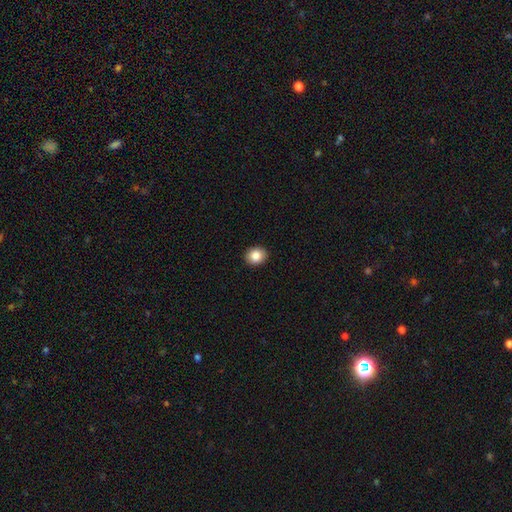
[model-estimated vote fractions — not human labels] Smooth or featured?
  - smooth: 86% *
  - star or artifact: 9%
  - featured or disk: 5%
How rounded?
  - round: 72% *
  - in between: 27%
  - cigar-shaped: 1%
Merging?
  - none: 91% *
  - minor disturbance: 6%
  - major disturbance: 2%
  - merger: 1%